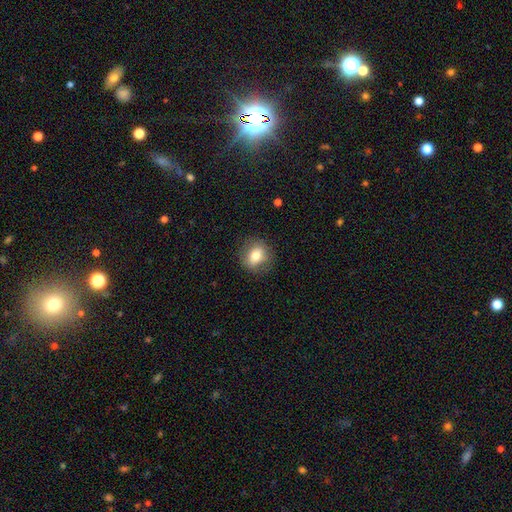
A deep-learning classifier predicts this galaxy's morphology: Smooth or featured? smooth (73%)
How rounded? round (70%)
Merging? none (84%)